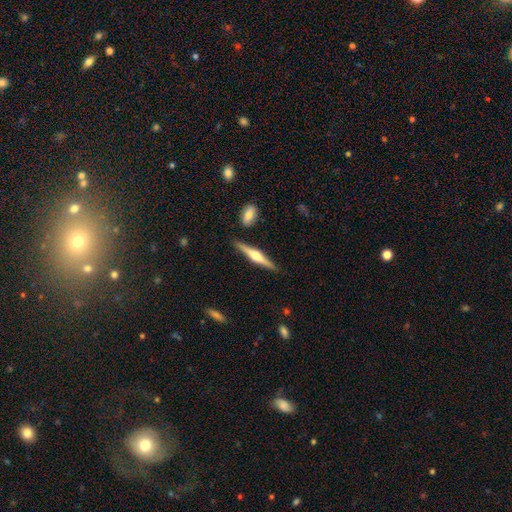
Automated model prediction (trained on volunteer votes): Smooth or featured: featured or disk — 70% (smooth — 24%)
Edge-on disk: yes — 98% (no — 2%)
Edge-on bulge: rounded — 91% (boxy — 6%)
Merging: none — 88% (minor disturbance — 8%)